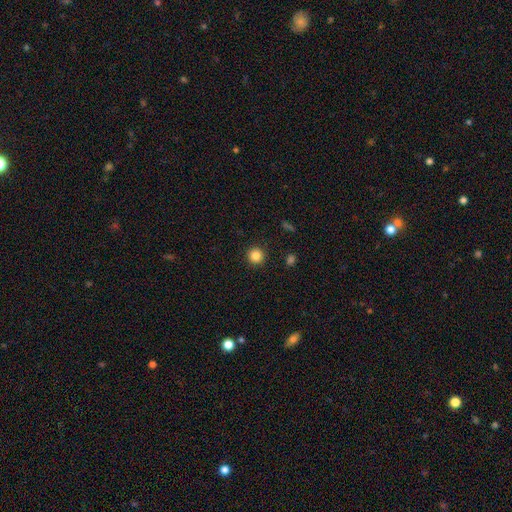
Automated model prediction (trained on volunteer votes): Smooth or featured: smooth — 84% (star or artifact — 11%)
How rounded: round — 95% (in between — 4%)
Merging: none — 92% (minor disturbance — 5%)